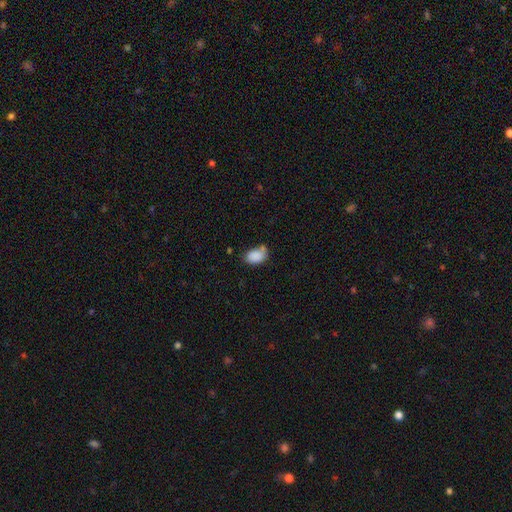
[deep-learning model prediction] smooth 86%, star or artifact 8%, featured or disk 6%. Down the decision tree: how rounded — in between (85%); merging — none (55%).